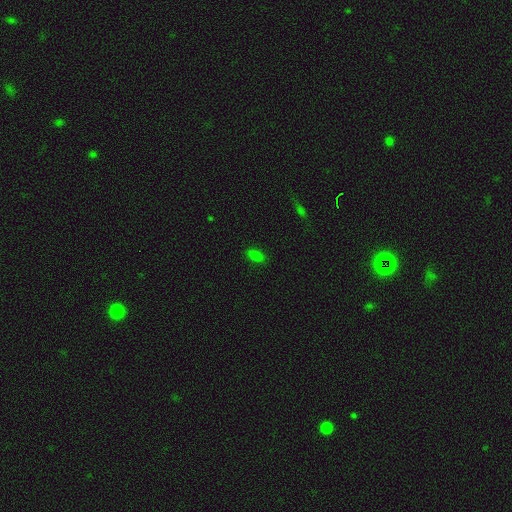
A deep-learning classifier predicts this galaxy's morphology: Overall: smooth (80%). How rounded: in between (86%). Merging: none (86%).